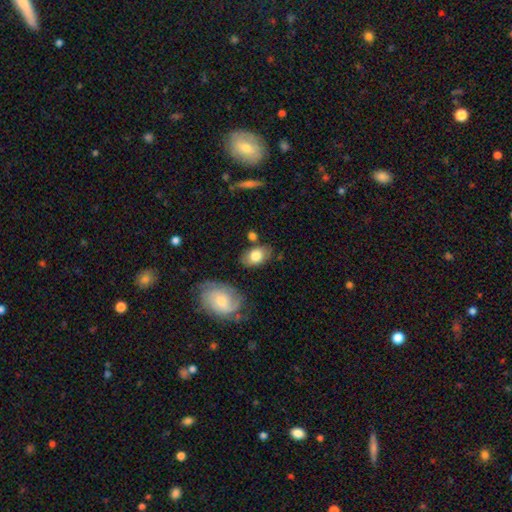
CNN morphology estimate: Overall: smooth (76%). How rounded: in between (85%). Merging: none (73%).